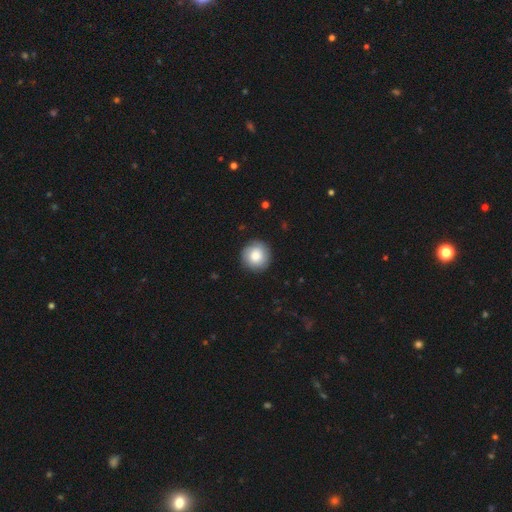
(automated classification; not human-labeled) Overall: smooth (75%). How rounded: round (94%). Merging: none (87%).